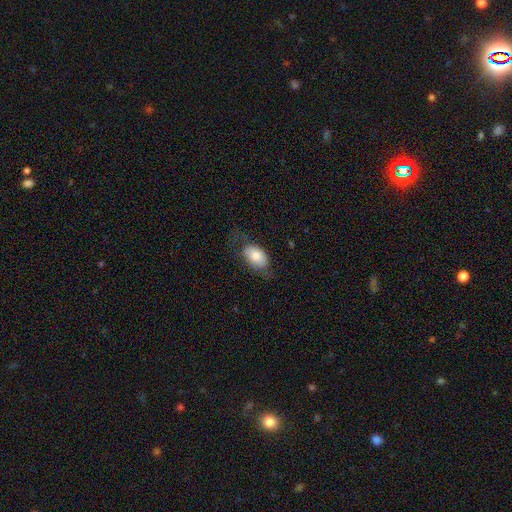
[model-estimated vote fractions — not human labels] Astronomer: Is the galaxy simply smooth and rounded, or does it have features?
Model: smooth — 72%.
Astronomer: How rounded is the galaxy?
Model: in between — 89%.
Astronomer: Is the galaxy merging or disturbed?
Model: none — 58%.